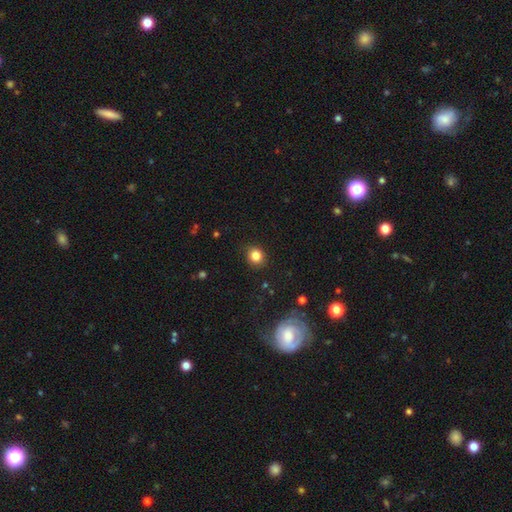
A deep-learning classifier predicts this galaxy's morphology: Overall: smooth (83%). How rounded: round (78%). Merging: none (87%).